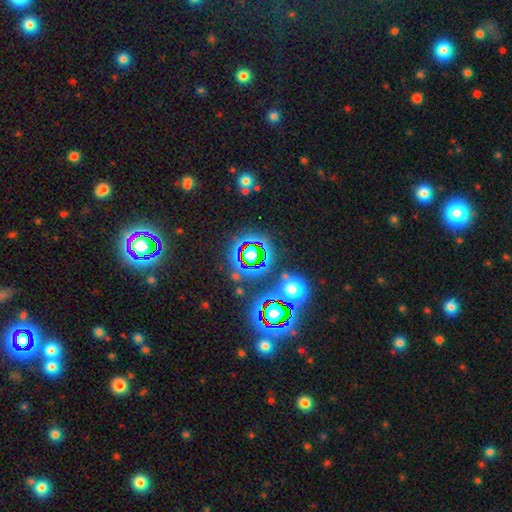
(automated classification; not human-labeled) smooth_or_featured: star or artifact (p=0.69) [alt: smooth p=0.19]